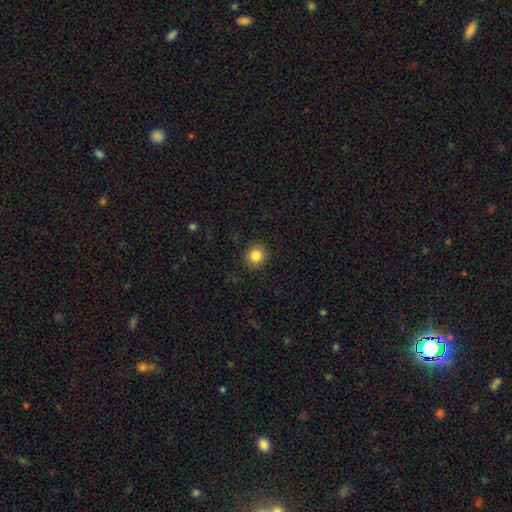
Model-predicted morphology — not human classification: This appears to be a smooth galaxy with no disk features (85%) that is round (83%). Merging: none (90%).